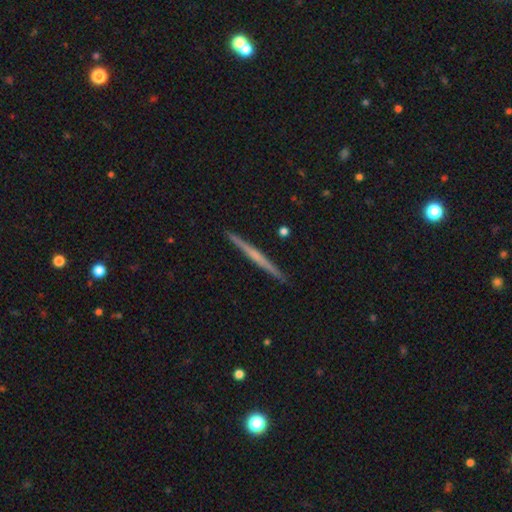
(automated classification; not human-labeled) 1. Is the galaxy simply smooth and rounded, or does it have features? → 62% featured or disk, 33% smooth, 5% star or artifact.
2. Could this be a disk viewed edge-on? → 98% yes, 2% no.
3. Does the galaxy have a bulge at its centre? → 65% none, 27% rounded, 8% boxy.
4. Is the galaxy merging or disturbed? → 93% none, 5% minor disturbance, 1% major disturbance, 1% merger.